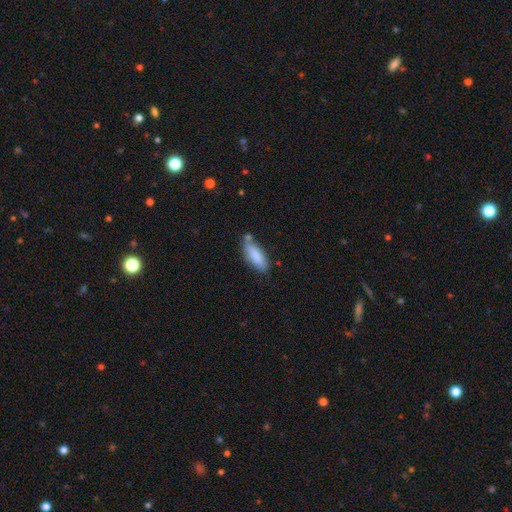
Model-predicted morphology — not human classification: Smooth or featured: smooth — 83% (featured or disk — 11%)
How rounded: in between — 65% (cigar-shaped — 33%)
Merging: none — 62% (minor disturbance — 22%)